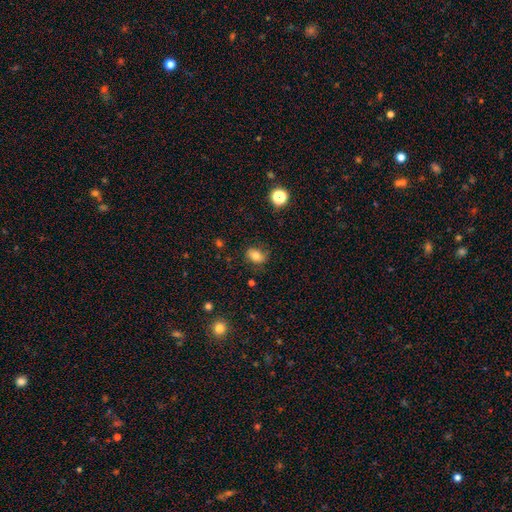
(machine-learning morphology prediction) This is likely a smooth galaxy (74%). How rounded: likely in between (71%). Merging: likely none (75%).